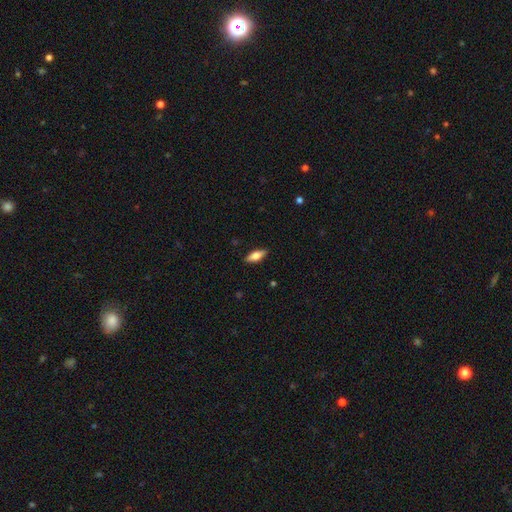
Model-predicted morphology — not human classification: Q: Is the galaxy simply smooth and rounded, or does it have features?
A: smooth — 68%.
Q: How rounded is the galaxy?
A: in between — 71%.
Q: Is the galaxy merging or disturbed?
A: none — 88%.